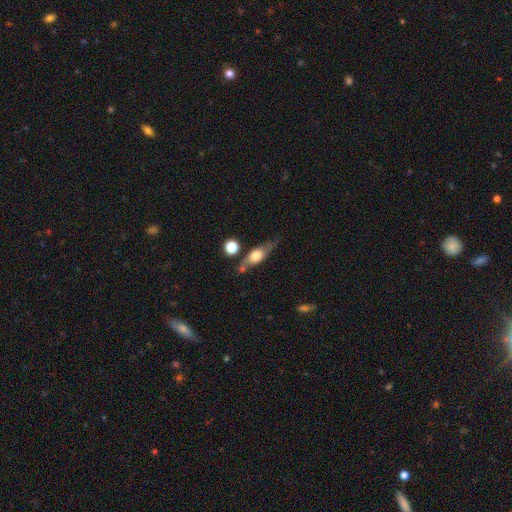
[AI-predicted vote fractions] Smooth or featured: featured or disk — 48% (smooth — 45%)
Merging: none — 61% (minor disturbance — 21%)